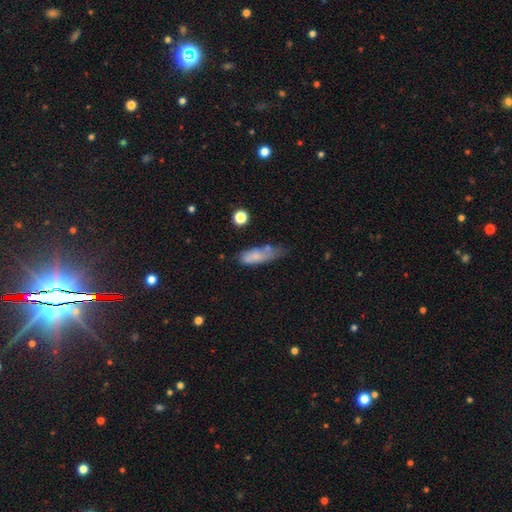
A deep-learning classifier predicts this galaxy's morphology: This appears to be a smooth galaxy with no disk features (70%) that is in between round and cigar-shaped (56%). Merging: none (39%).